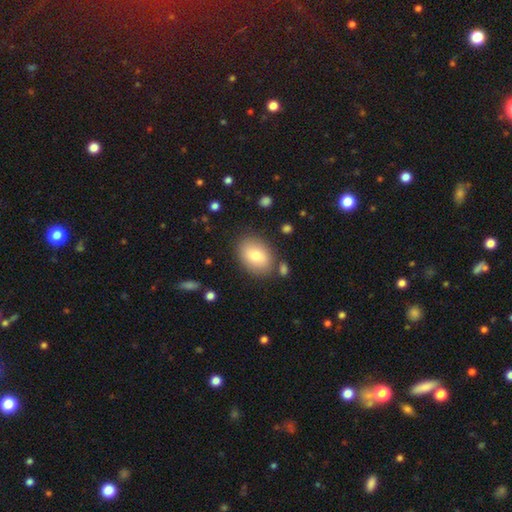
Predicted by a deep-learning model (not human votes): smooth_or_featured: smooth (p=0.78) [alt: featured or disk p=0.14]
how_rounded: in between (p=0.75) [alt: round p=0.24]
merging: none (p=0.81) [alt: minor disturbance p=0.12]